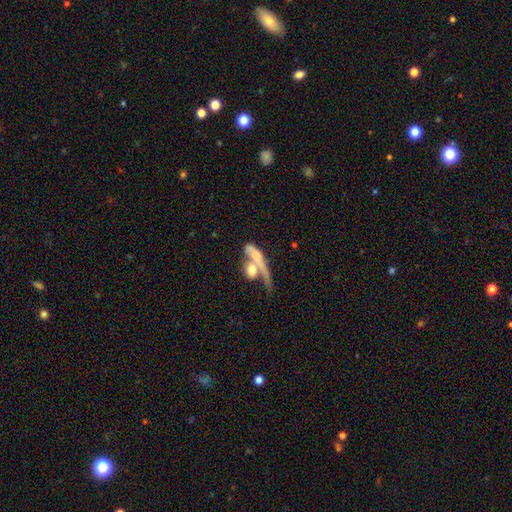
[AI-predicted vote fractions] Overall: smooth (53%; featured or disk 39%). How rounded: in between (46%; cigar-shaped 41%). Merging: merger (52%; none 22%).